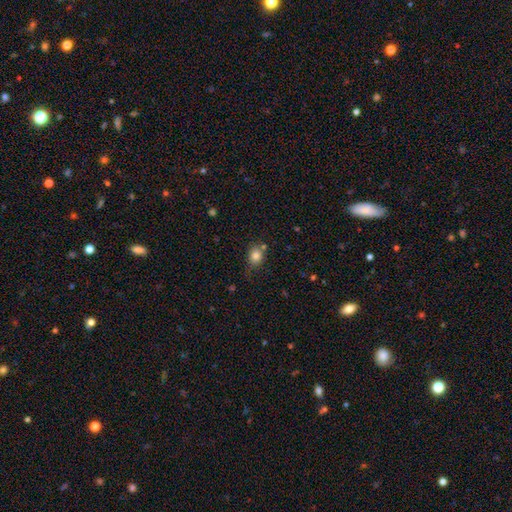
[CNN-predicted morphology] type=smooth (82%); roundness=round (61%); merging=none (65%).